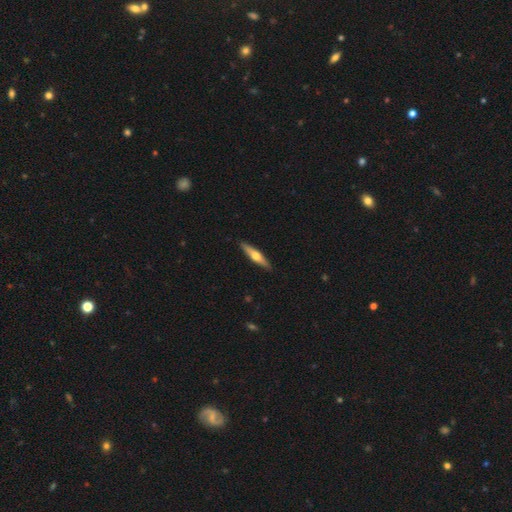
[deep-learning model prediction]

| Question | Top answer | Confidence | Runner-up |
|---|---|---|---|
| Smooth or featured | featured or disk | 55% | smooth (40%) |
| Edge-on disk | yes | 95% | no (5%) |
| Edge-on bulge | rounded | 93% | none (4%) |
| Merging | none | 91% | minor disturbance (7%) |